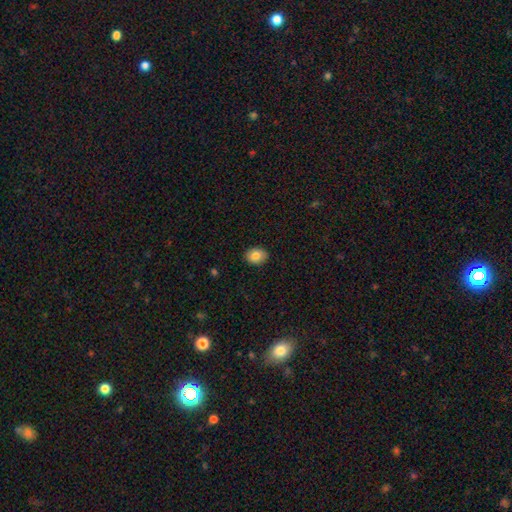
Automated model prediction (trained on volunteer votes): smooth-or-featured: smooth: 83% | featured or disk: 9% | star or artifact: 8%
  how-rounded: in between: 60% | round: 39% | cigar-shaped: 1%
  merging: none: 89% | minor disturbance: 8% | major disturbance: 2% | merger: 1%